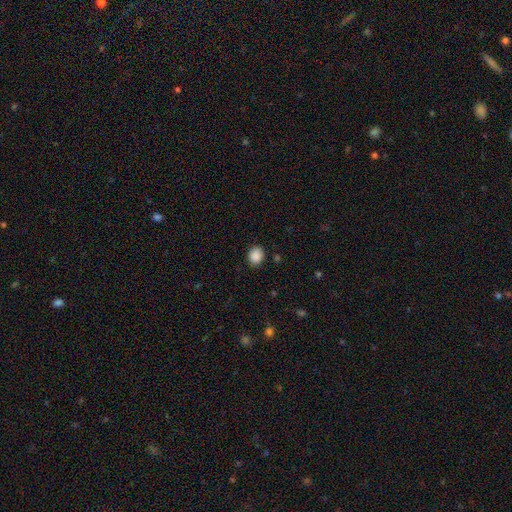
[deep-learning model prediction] Smooth or featured? smooth (88%)
How rounded? round (64%)
Merging? none (87%)